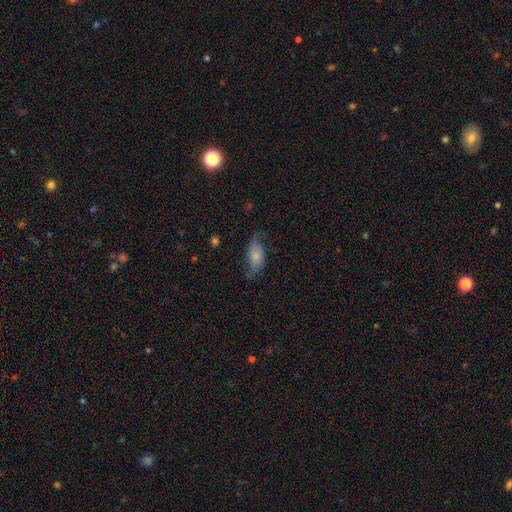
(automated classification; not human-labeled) Morphology: type=smooth (66%); roundness=in between (89%); merging=none (57%).